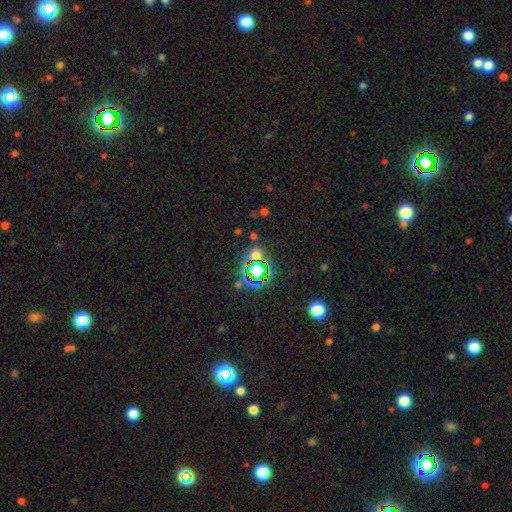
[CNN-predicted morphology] A star or artifact, not a galaxy (62%).